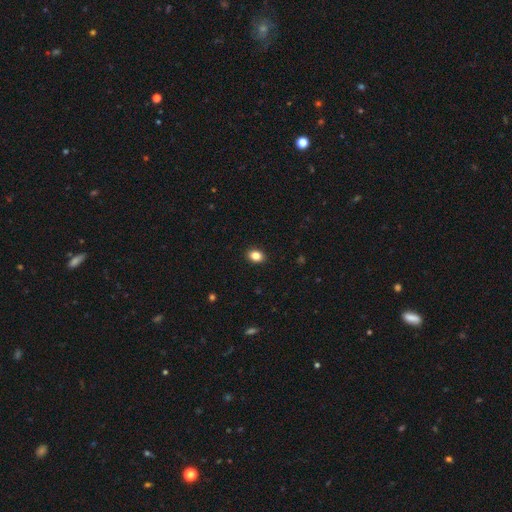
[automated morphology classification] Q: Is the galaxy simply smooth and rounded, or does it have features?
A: smooth — 85%.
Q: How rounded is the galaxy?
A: in between — 66%.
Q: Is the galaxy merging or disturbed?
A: none — 91%.